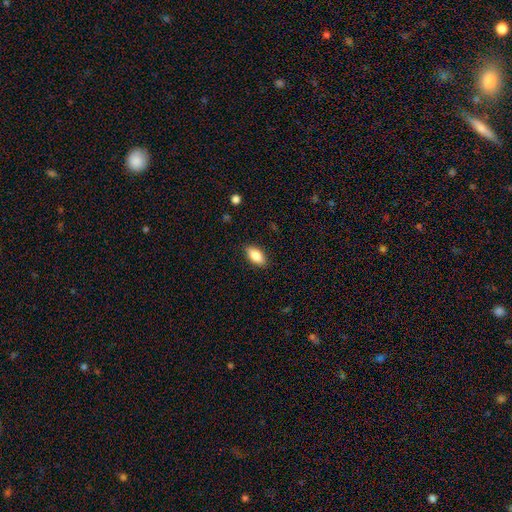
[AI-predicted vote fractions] A smooth galaxy with no disk features (84%) that is in between round and cigar-shaped (90%).

Vote fractions:
- Smooth or featured? smooth: 84% / featured or disk: 8% / star or artifact: 7%
- How rounded? in between: 90% / cigar-shaped: 7% / round: 3%
- Merging? none: 87% / minor disturbance: 10% / major disturbance: 2% / merger: 1%